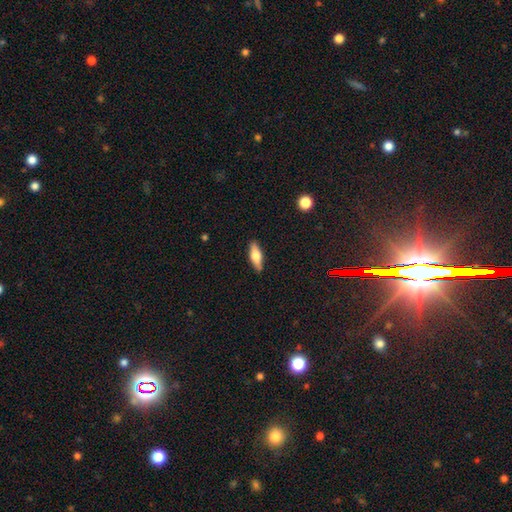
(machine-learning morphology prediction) A smooth galaxy with no disk features (59%) that is in between round and cigar-shaped (52%).

Vote fractions:
- Smooth or featured? smooth: 59% / featured or disk: 34% / star or artifact: 7%
- How rounded? in between: 52% / cigar-shaped: 45% / round: 3%
- Merging? none: 88% / minor disturbance: 9% / major disturbance: 2% / merger: 1%